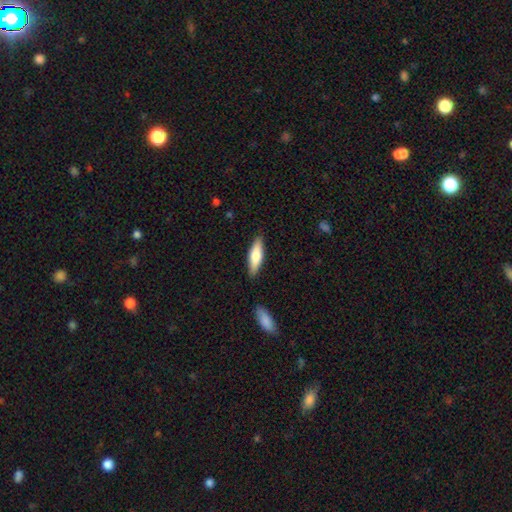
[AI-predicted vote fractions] Morphology: type=smooth (67%); roundness=cigar-shaped (57%); merging=none (86%).